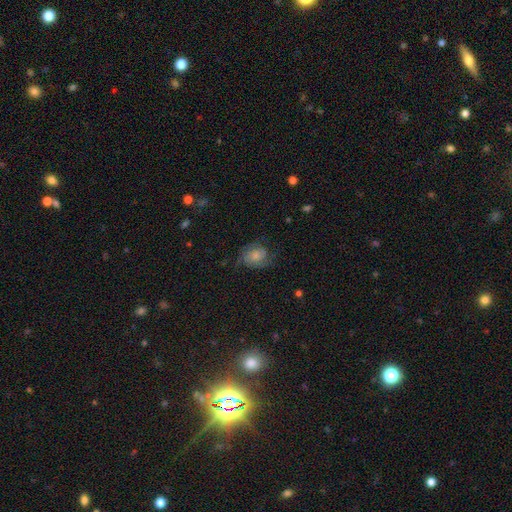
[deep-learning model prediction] Smooth or featured? Predicted: featured or disk (p=0.49). Merging? Predicted: none (p=0.59).